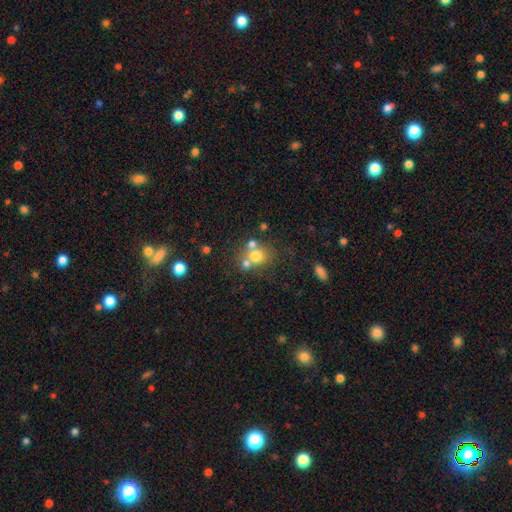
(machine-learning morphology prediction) Overall: smooth (69%). How rounded: round (80%). Merging: none (47%; merger 38%).